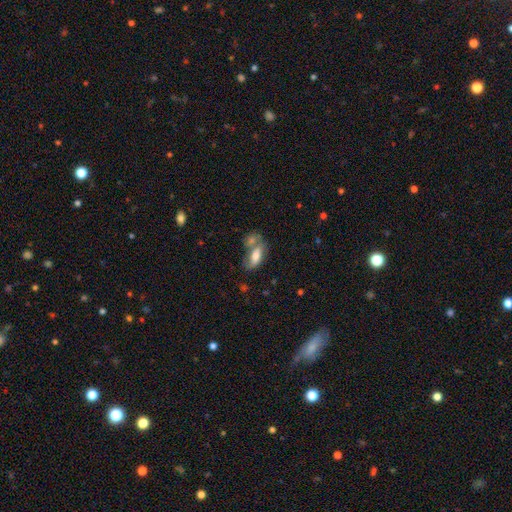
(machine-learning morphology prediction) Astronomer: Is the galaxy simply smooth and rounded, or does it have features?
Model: smooth — 66%.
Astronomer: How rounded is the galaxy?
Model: in between — 85%.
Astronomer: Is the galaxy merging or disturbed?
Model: merger — 47% (runner-up: none, 29%).